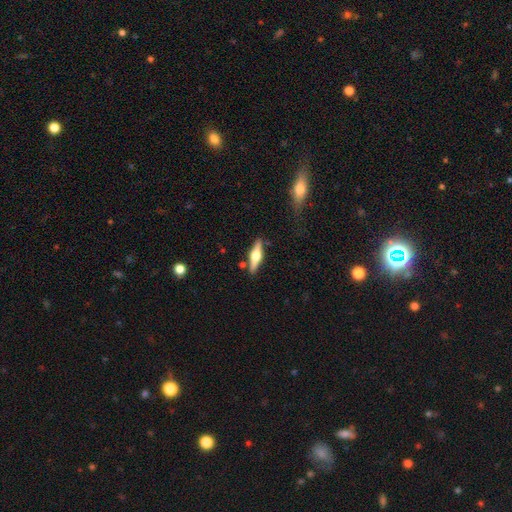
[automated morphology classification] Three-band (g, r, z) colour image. It shows a featured or disk galaxy (63%) viewed edge-on (96%) with a rounded central bulge (93%). Merging: none (83%).